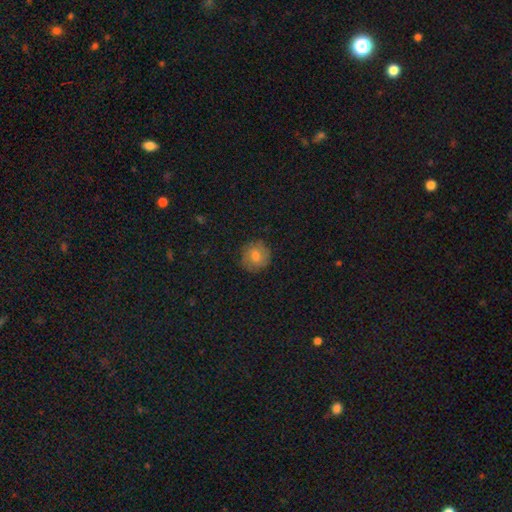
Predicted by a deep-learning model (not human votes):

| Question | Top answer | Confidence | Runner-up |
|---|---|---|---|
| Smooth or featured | smooth | 66% | featured or disk (24%) |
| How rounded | round | 90% | in between (9%) |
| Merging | none | 84% | minor disturbance (12%) |